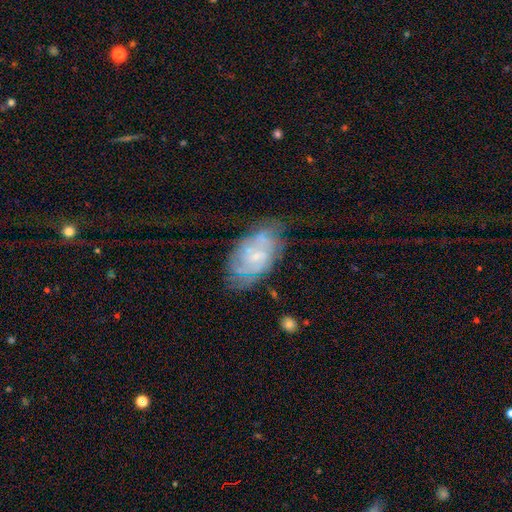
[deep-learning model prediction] A featured or disk galaxy (68%) with no bar (59%), tight (59%) spiral arms (78%) and a small central bulge (71%).

Vote fractions:
- Smooth or featured? featured or disk: 68% / smooth: 24% / star or artifact: 8%
- Edge-on disk? no: 95% / yes: 5%
- Bar? no: 59% / weak: 34% / strong: 6%
- Spiral arms? yes: 78% / no: 22%
- Spiral winding? tight: 59% / medium: 30% / loose: 11%
- Spiral arm count? can't tell: 56% / 2: 20% / 3: 9% / 4: 7% / more than 4: 4% / 1: 4%
- Bulge size? small: 71% / moderate: 17% / none: 9% / large: 1% / dominant: 1%
- Merging? none: 59% / minor disturbance: 25% / major disturbance: 11% / merger: 5%